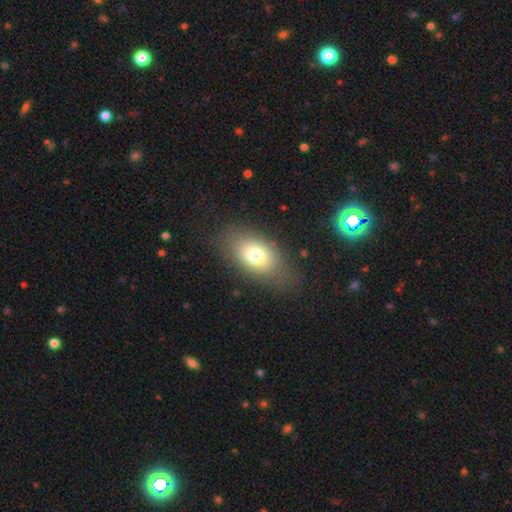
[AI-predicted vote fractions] smooth 71%, featured or disk 18%, star or artifact 11%. Down the decision tree: how rounded — in between (84%); merging — none (75%).